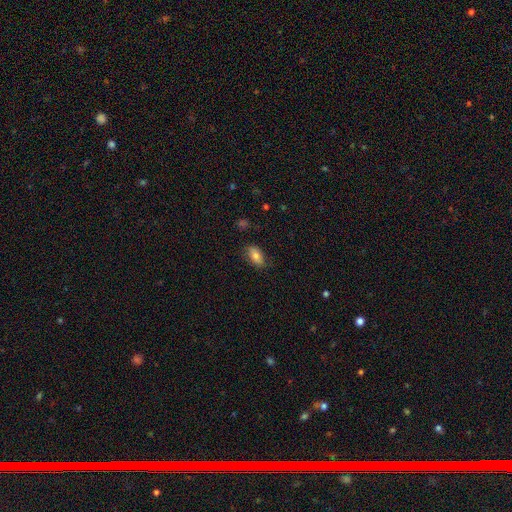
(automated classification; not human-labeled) smooth_or_featured: smooth (p=0.77) [alt: featured or disk p=0.15]
how_rounded: in between (p=0.91) [alt: round p=0.05]
merging: none (p=0.79) [alt: minor disturbance p=0.16]